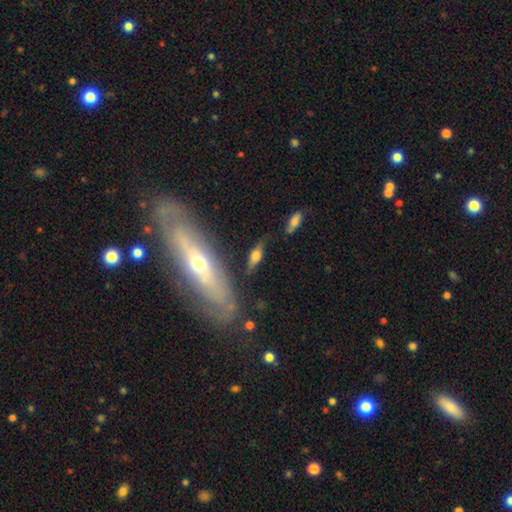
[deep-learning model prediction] This appears to be a smooth galaxy with no disk features (47%). Merging: none (67%).